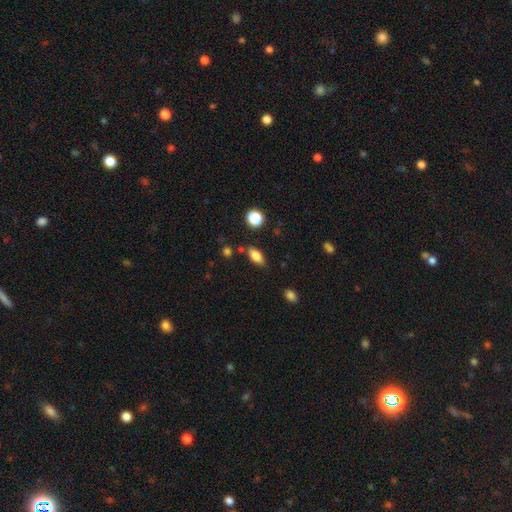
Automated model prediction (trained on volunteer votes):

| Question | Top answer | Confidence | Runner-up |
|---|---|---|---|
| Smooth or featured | smooth | 82% | star or artifact (9%) |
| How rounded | in between | 85% | cigar-shaped (8%) |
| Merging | none | 77% | minor disturbance (15%) |